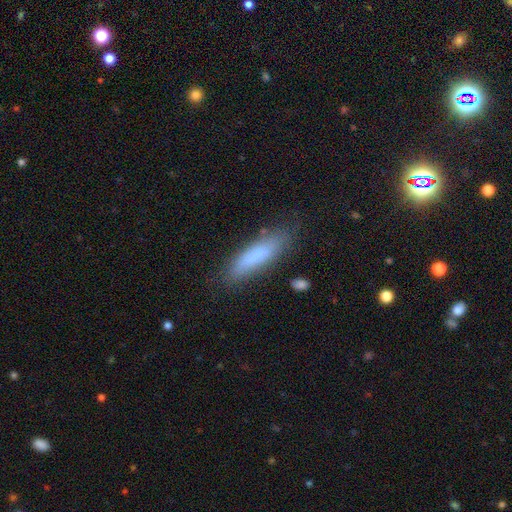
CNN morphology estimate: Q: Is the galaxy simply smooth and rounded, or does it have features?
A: smooth — 79%.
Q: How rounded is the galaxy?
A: cigar-shaped — 69%.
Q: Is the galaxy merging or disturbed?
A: none — 78%.